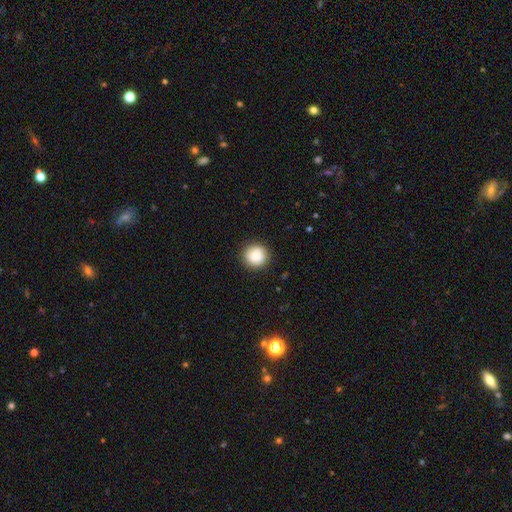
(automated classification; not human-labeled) The model was most divided on "smooth or featured": smooth: 82%, featured or disk: 9%, star or artifact: 9%. More confident: how rounded — round (94%); merging — none (89%).